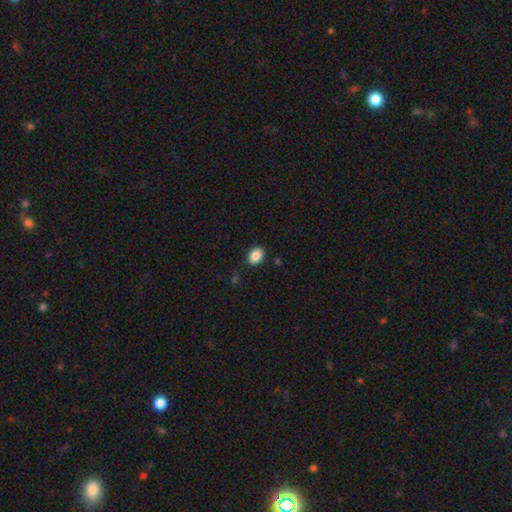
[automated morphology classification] type=smooth (88%); roundness=in between (78%); merging=none (87%).